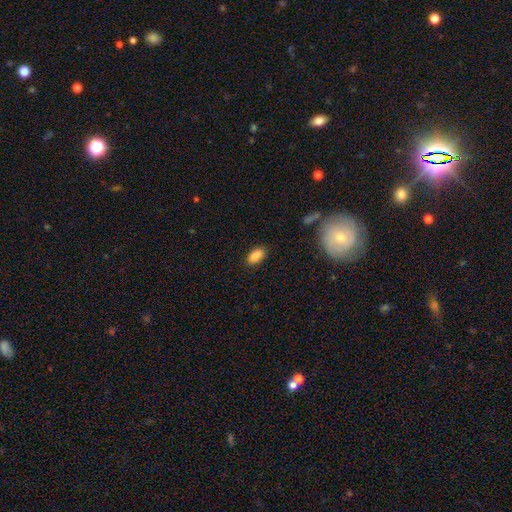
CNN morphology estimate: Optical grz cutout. It shows a smooth galaxy with no disk features (88%) that is in between round and cigar-shaped (93%). Merging: none (84%).